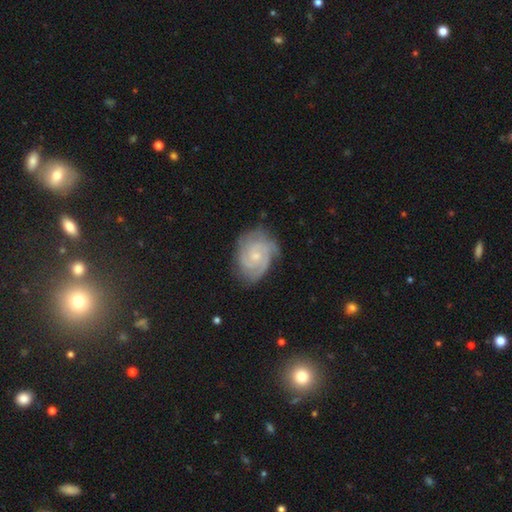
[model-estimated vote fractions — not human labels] Smooth or featured? featured or disk (87%)
Edge-on disk? no (98%)
Bar? no (70%)
Spiral arms? yes (98%)
Spiral winding? tight (69%)
Spiral arm count? 3 (39%)
Bulge size? small (67%)
Merging? none (76%)